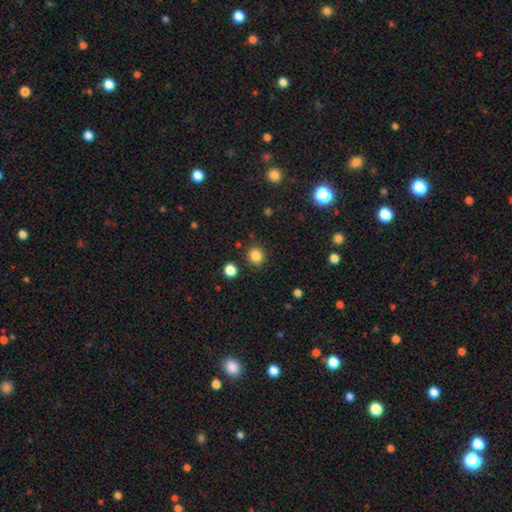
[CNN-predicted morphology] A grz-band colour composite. It shows a smooth galaxy with no disk features (84%) that is round (89%). Merging: none (88%).